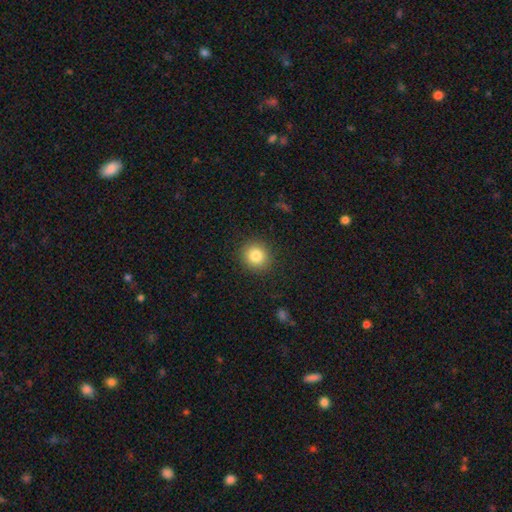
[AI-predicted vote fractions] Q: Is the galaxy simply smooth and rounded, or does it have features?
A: smooth — 83%.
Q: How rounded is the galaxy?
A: round — 90%.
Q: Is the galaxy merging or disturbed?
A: none — 90%.